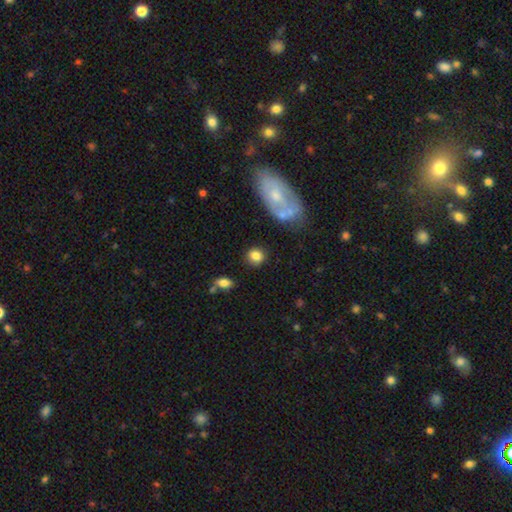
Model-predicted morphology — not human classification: A smooth galaxy with no disk features (82%) that is round (79%).

Vote fractions:
- Smooth or featured? smooth: 82% / featured or disk: 9% / star or artifact: 9%
- How rounded? round: 79% / in between: 19% / cigar-shaped: 2%
- Merging? none: 81% / minor disturbance: 11% / major disturbance: 4% / merger: 4%